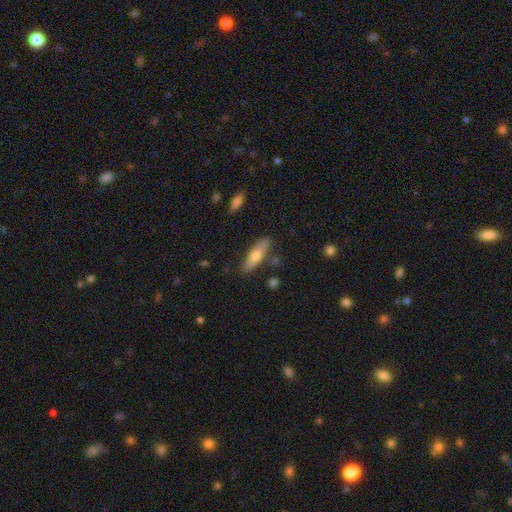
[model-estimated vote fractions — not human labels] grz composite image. It shows a smooth galaxy with no disk features (65%) that is cigar-shaped (52%). Merging: none (81%).